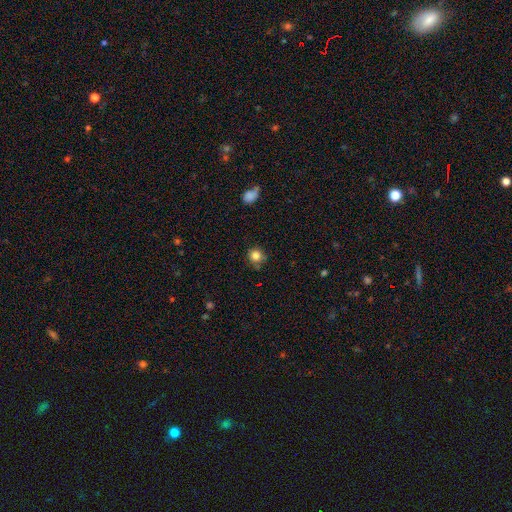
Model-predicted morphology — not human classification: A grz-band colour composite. It shows a smooth galaxy with no disk features (82%) that is round (87%). Merging: none (75%).